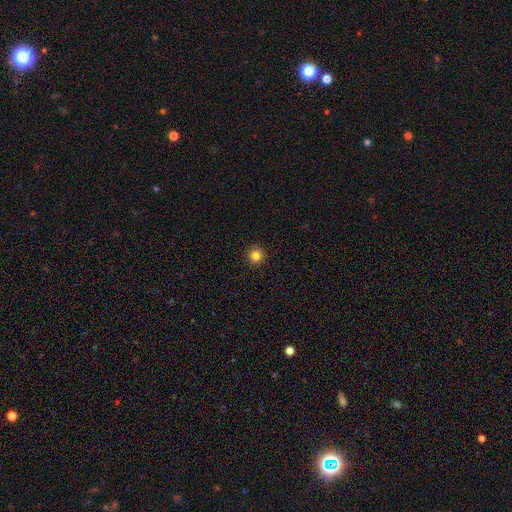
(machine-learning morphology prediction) Smooth or featured: smooth — 83% (star or artifact — 12%)
How rounded: round — 96% (in between — 3%)
Merging: none — 93% (minor disturbance — 5%)